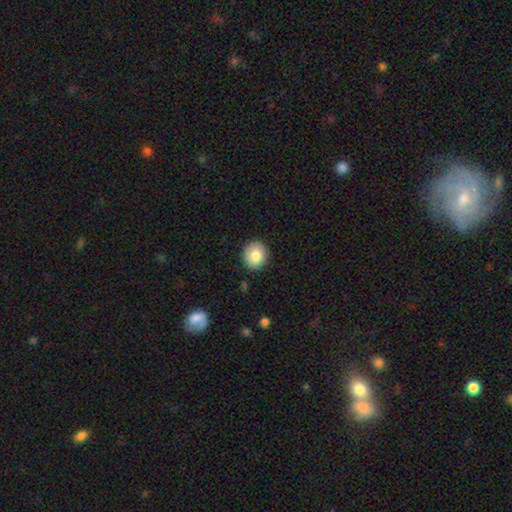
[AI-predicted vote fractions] Morphology: type=smooth (84%); roundness=round (77%); merging=none (89%).